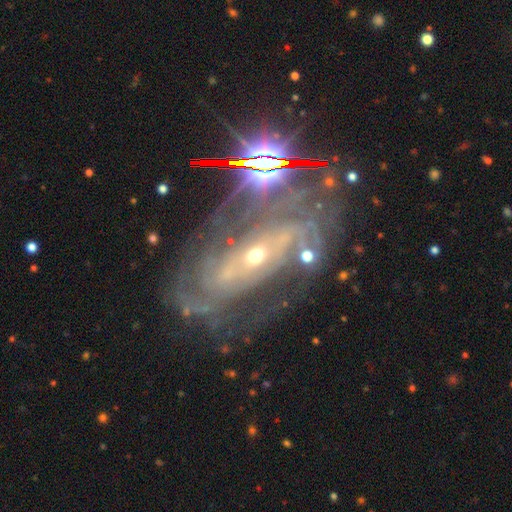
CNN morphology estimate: Smooth or featured?
  - featured or disk: 82% *
  - star or artifact: 11%
  - smooth: 8%
Edge-on disk?
  - no: 93% *
  - yes: 7%
Bar?
  - no: 47% *
  - weak: 28%
  - strong: 24%
Spiral arms?
  - yes: 90% *
  - no: 10%
Spiral winding?
  - tight: 53% *
  - medium: 35%
  - loose: 13%
Spiral arm count?
  - can't tell: 33% *
  - 2: 29%
  - 3: 15%
  - 4: 9%
  - more than 4: 7%
  - 1: 7%
Bulge size?
  - small: 60% *
  - moderate: 35%
  - large: 2%
  - none: 2%
  - dominant: 1%
Merging?
  - none: 50% *
  - minor disturbance: 20%
  - major disturbance: 20%
  - merger: 10%